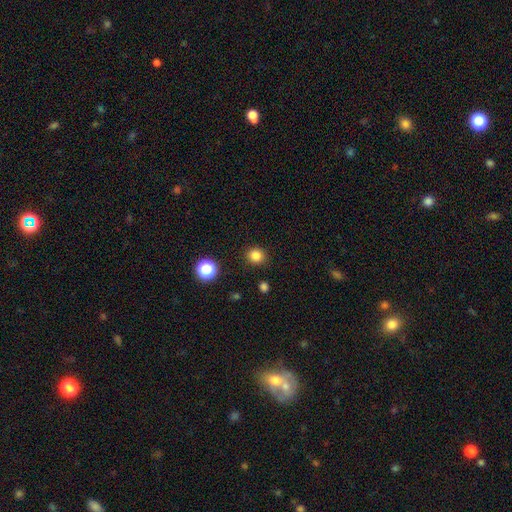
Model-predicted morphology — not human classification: smooth_or_featured: smooth (p=0.83) [alt: star or artifact p=0.13]
how_rounded: round (p=0.88) [alt: in between p=0.11]
merging: none (p=0.90) [alt: minor disturbance p=0.06]